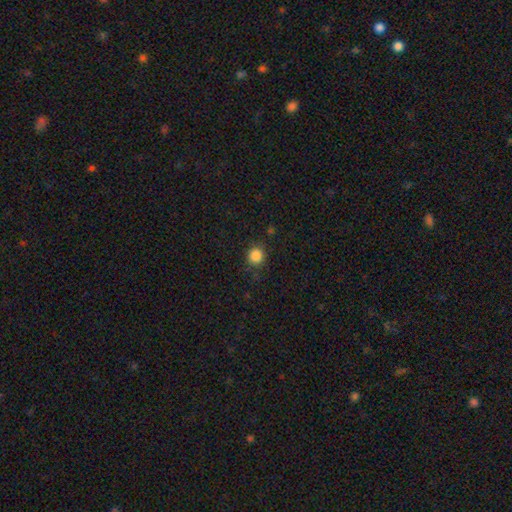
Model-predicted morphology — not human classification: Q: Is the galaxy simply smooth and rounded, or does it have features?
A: smooth — 85%.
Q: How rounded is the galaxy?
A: round — 90%.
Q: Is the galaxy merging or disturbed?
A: none — 85%.